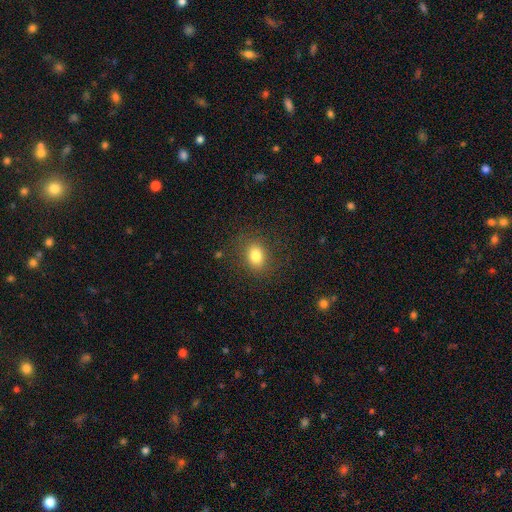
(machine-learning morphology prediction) smooth_or_featured: smooth (p=0.81) [alt: star or artifact p=0.12]
how_rounded: in between (p=0.51) [alt: round p=0.48]
merging: none (p=0.84) [alt: minor disturbance p=0.10]